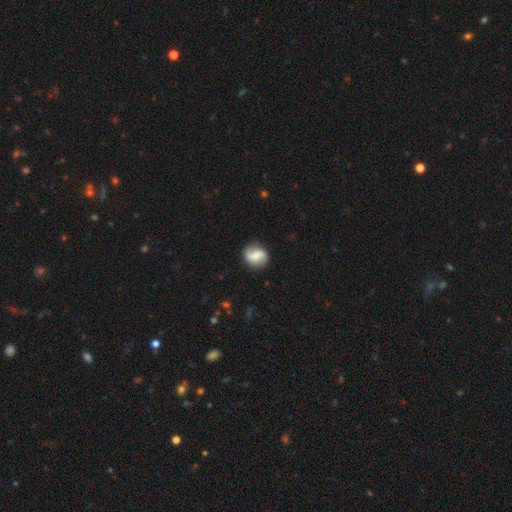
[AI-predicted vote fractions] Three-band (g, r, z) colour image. It shows a featured or disk galaxy (50%). Merging: none (78%).